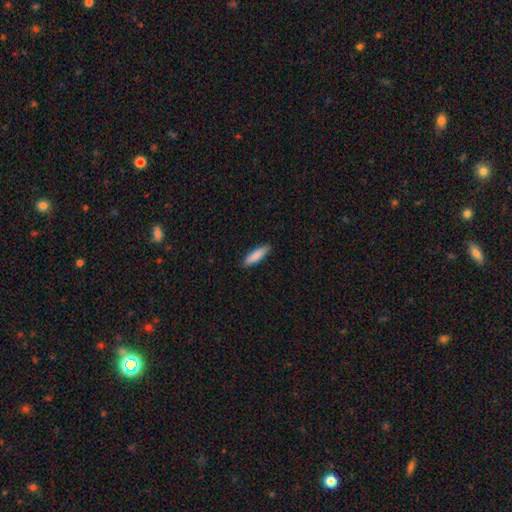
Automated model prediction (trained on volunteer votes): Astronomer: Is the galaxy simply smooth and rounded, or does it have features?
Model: smooth — 86%.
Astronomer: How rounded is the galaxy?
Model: cigar-shaped — 65%.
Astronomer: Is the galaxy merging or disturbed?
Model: none — 88%.